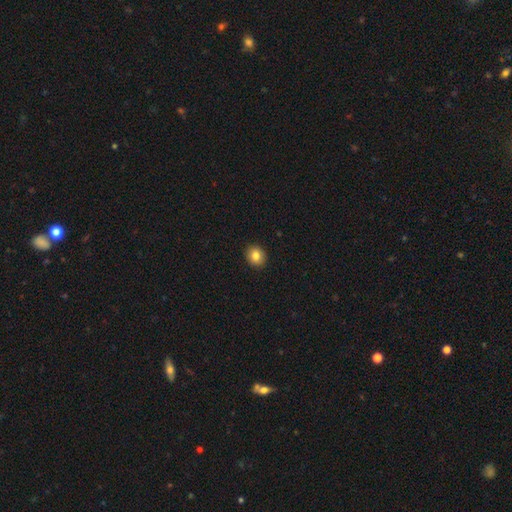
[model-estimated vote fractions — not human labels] Smooth or featured?
  - smooth: 83% *
  - star or artifact: 10%
  - featured or disk: 8%
How rounded?
  - round: 77% *
  - in between: 22%
  - cigar-shaped: 1%
Merging?
  - none: 92% *
  - minor disturbance: 6%
  - major disturbance: 1%
  - merger: 1%